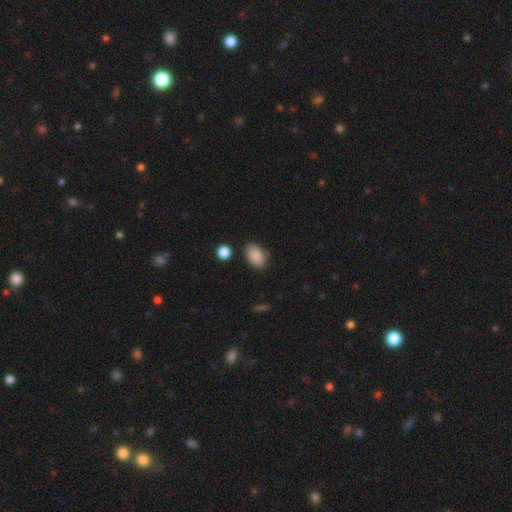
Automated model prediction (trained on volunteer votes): Smooth or featured?
  - smooth: 88% *
  - star or artifact: 7%
  - featured or disk: 5%
How rounded?
  - in between: 87% *
  - round: 11%
  - cigar-shaped: 1%
Merging?
  - none: 78% *
  - minor disturbance: 15%
  - merger: 3%
  - major disturbance: 3%